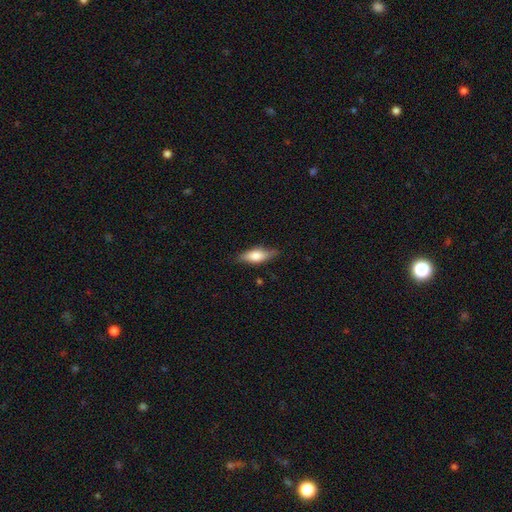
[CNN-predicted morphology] smooth-or-featured: smooth: 67% | featured or disk: 27% | star or artifact: 6%
  how-rounded: in between: 67% | cigar-shaped: 30% | round: 3%
  merging: none: 76% | minor disturbance: 19% | major disturbance: 3% | merger: 1%